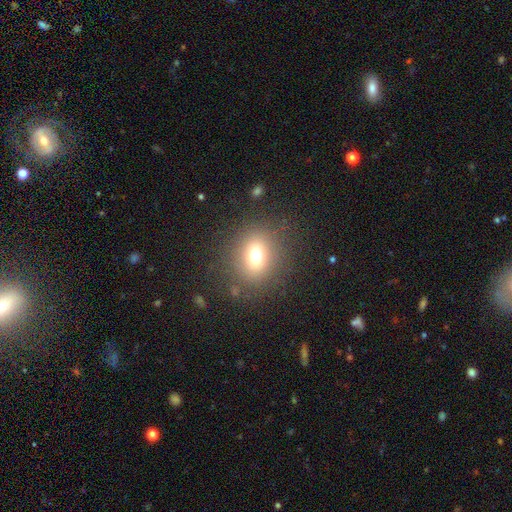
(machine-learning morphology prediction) smooth_or_featured: smooth (p=0.72) [alt: star or artifact p=0.16]
how_rounded: round (p=0.65) [alt: in between p=0.34]
merging: none (p=0.83) [alt: minor disturbance p=0.09]